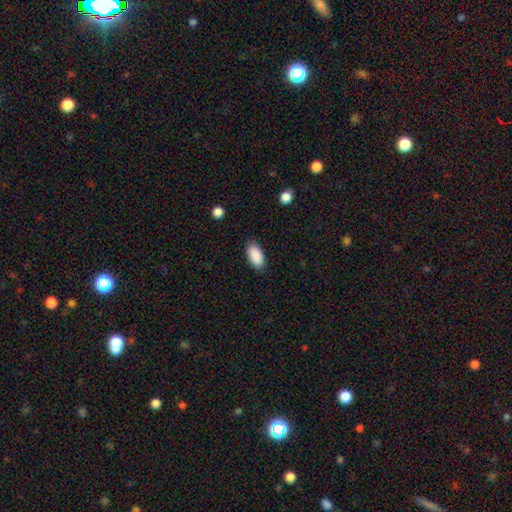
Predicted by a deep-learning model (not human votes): Smooth or featured? Predicted: smooth (p=0.90). How rounded? Predicted: in between (p=0.93). Merging? Predicted: none (p=0.85).